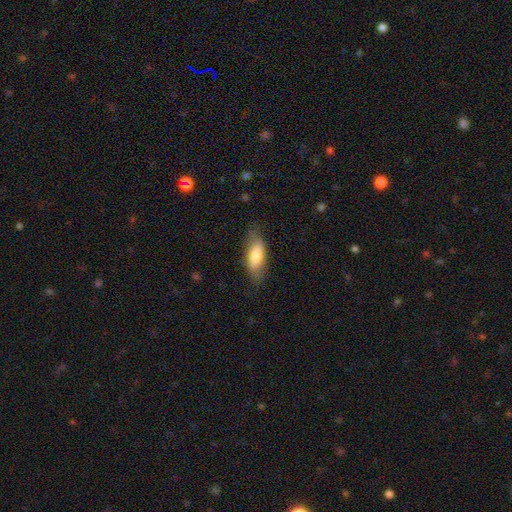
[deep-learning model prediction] Overall: smooth (77%). How rounded: in between (74%). Merging: none (72%).